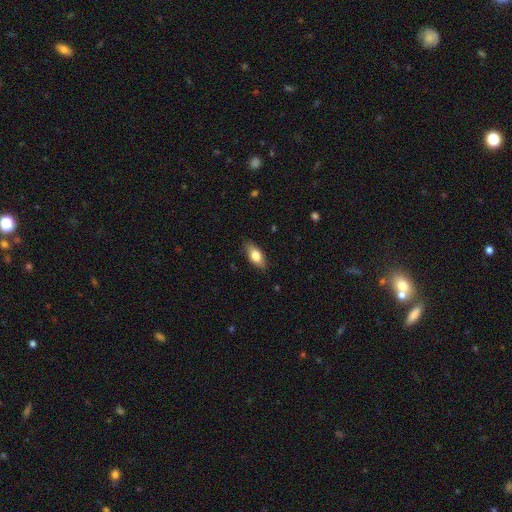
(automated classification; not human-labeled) Smooth or featured?
  - smooth: 74% *
  - featured or disk: 19%
  - star or artifact: 7%
How rounded?
  - in between: 85% *
  - cigar-shaped: 11%
  - round: 4%
Merging?
  - none: 85% *
  - minor disturbance: 12%
  - major disturbance: 2%
  - merger: 1%